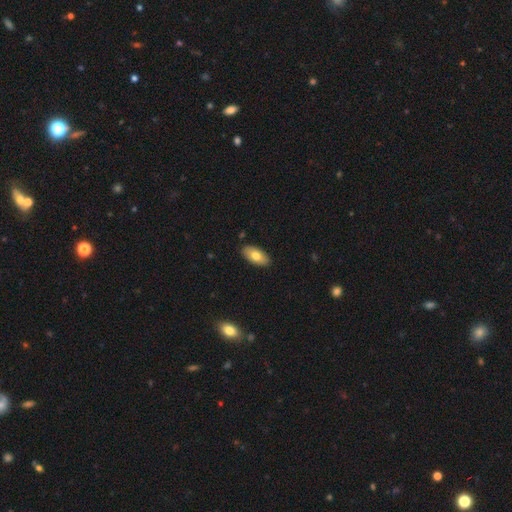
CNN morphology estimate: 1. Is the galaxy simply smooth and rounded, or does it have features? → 75% smooth, 18% featured or disk, 6% star or artifact.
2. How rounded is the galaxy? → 93% in between, 4% cigar-shaped, 3% round.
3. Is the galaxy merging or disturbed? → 88% none, 9% minor disturbance, 2% major disturbance, 1% merger.